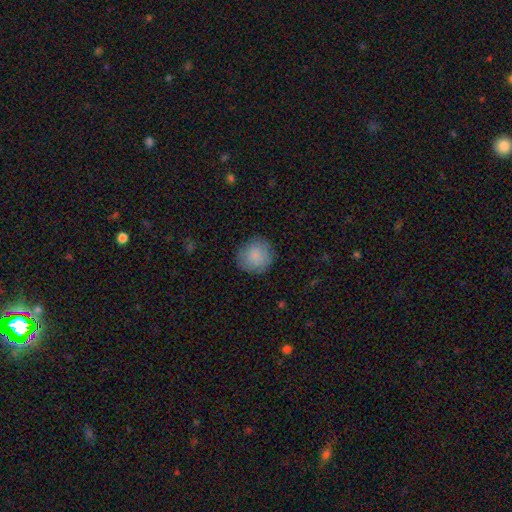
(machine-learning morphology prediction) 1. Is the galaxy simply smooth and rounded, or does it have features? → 85% smooth, 8% featured or disk, 7% star or artifact.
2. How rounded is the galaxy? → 91% round, 8% in between, 1% cigar-shaped.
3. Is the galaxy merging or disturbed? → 85% none, 11% minor disturbance, 3% major disturbance, 1% merger.